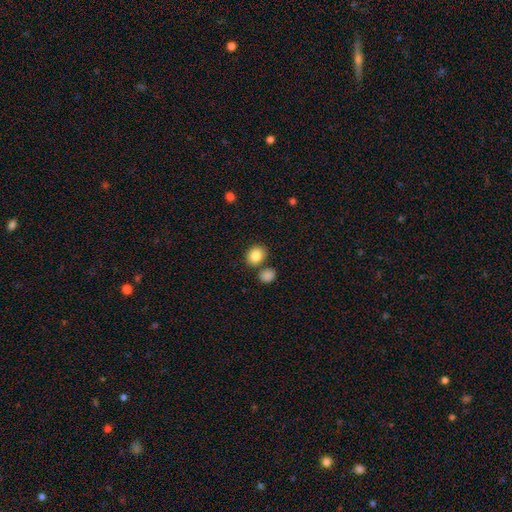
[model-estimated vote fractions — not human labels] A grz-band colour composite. It shows a smooth galaxy with no disk features (86%) that is round (57%). Merging: none (71%).